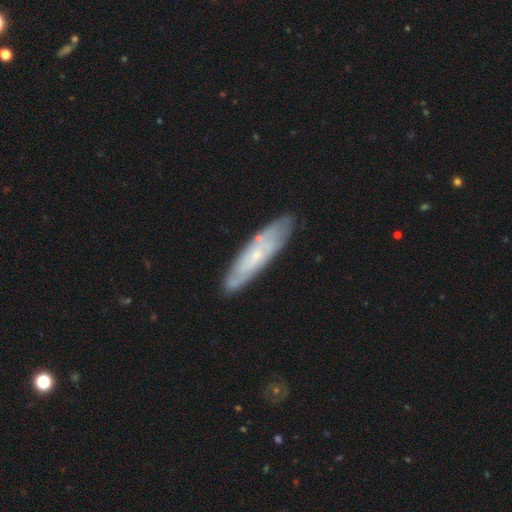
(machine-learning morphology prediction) type=featured or disk (61%); edge-on=no (62%); merging=none (81%).